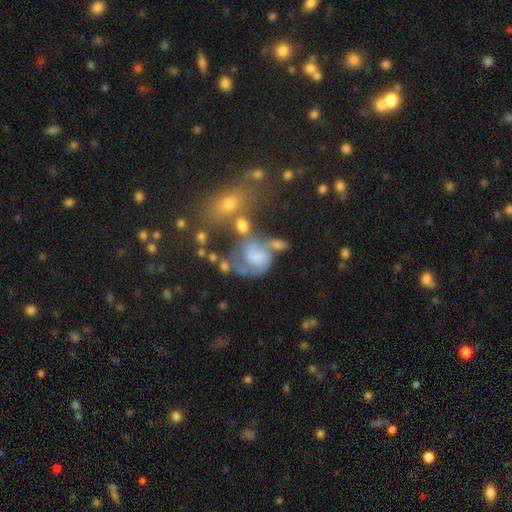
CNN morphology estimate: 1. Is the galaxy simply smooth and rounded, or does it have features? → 53% featured or disk, 35% smooth, 12% star or artifact.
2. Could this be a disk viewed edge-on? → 97% no, 3% yes.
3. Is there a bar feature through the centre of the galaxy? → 73% no, 21% weak, 5% strong.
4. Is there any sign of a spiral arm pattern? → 65% yes, 35% no.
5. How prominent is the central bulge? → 37% none, 24% moderate, 23% small, 12% large, 3% dominant.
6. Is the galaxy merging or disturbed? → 32% merger, 26% none, 25% major disturbance, 17% minor disturbance.